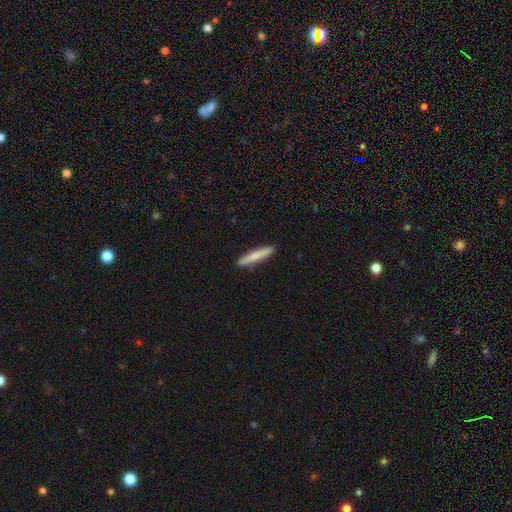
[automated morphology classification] Smooth or featured?
  - smooth: 76% *
  - featured or disk: 19%
  - star or artifact: 5%
How rounded?
  - cigar-shaped: 93% *
  - in between: 6%
  - round: 1%
Merging?
  - none: 92% *
  - minor disturbance: 6%
  - major disturbance: 1%
  - merger: 1%